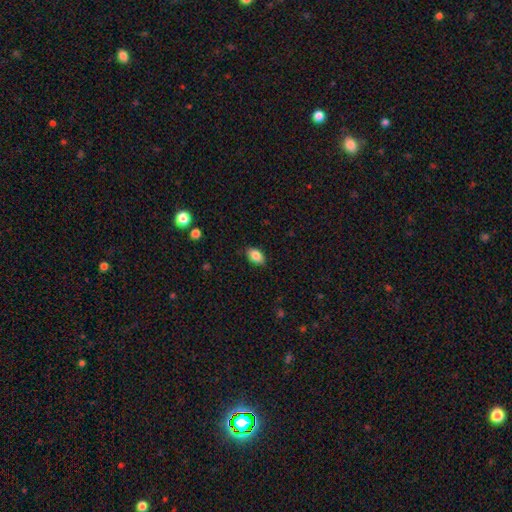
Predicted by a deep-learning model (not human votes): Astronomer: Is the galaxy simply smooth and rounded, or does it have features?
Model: smooth — 86%.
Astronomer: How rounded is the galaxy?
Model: in between — 90%.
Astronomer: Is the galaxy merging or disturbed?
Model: none — 86%.